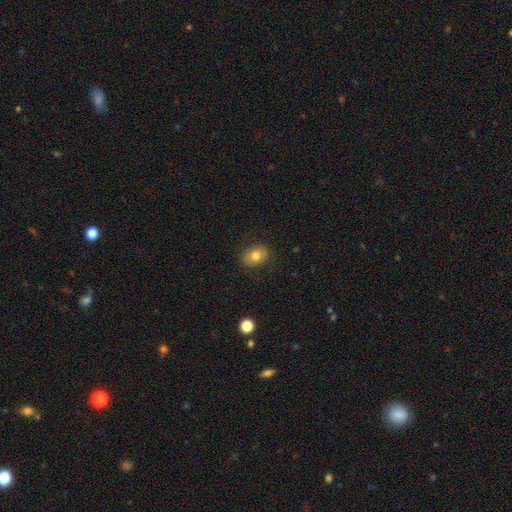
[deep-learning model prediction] Smooth or featured: smooth — 77% (featured or disk — 13%)
How rounded: in between — 69% (round — 30%)
Merging: none — 83% (minor disturbance — 12%)